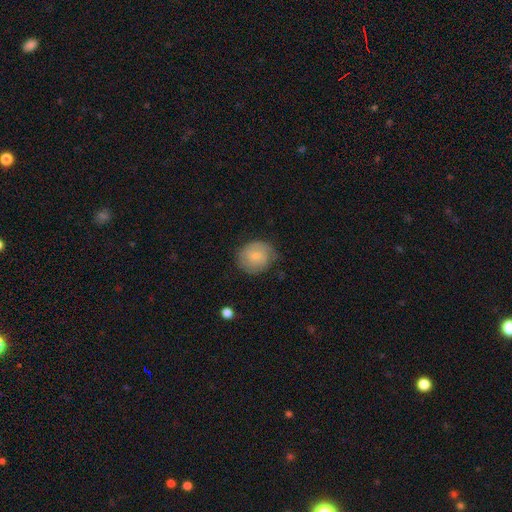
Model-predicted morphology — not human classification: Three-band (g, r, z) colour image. It shows a smooth galaxy with no disk features (68%) that is round (73%). Merging: none (70%).